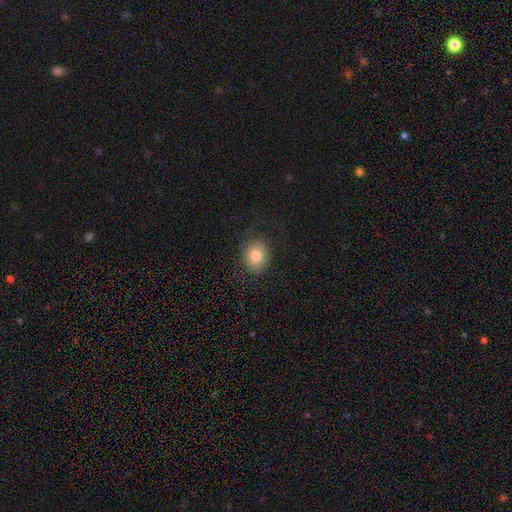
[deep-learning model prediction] smooth 78%, featured or disk 13%, star or artifact 9%. Down the decision tree: how rounded — round (63%); merging — none (71%).